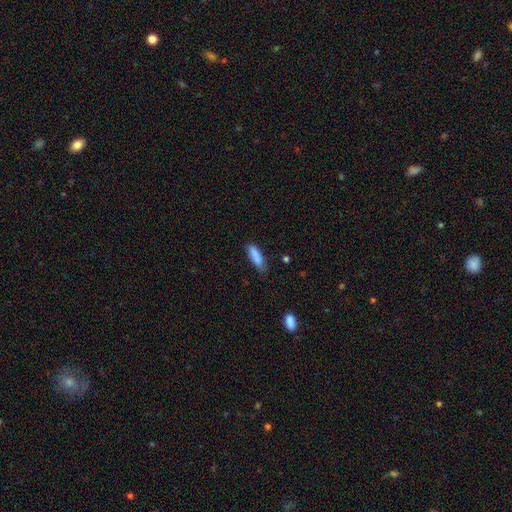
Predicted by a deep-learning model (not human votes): Smooth or featured? Predicted: smooth (p=0.85). How rounded? Predicted: in between (p=0.52). Merging? Predicted: none (p=0.63).